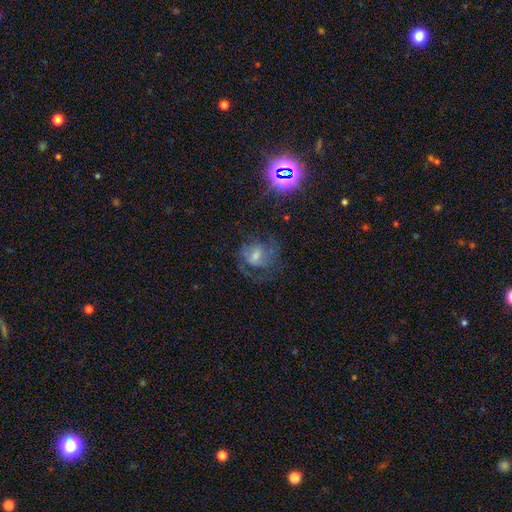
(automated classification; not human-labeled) This appears to be a featured or disk galaxy (61%) with a weak bar (45%), 2 (43%) medium (48%) spiral arms (84%) and a small central bulge (43%). Merging: none (59%).